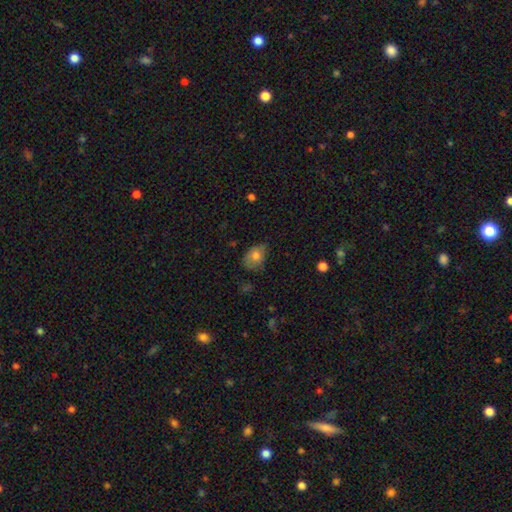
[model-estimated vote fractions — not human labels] Morphology: type=smooth (77%); roundness=in between (77%); merging=none (57%).